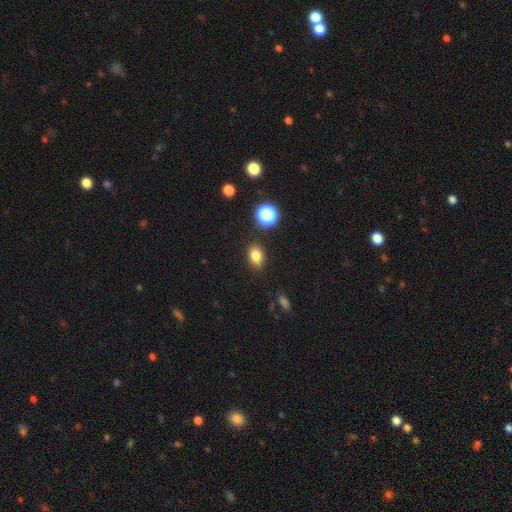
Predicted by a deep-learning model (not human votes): A smooth galaxy with no disk features (80%) that is in between round and cigar-shaped (76%).

Vote fractions:
- Smooth or featured? smooth: 80% / star or artifact: 13% / featured or disk: 7%
- How rounded? in between: 76% / round: 22% / cigar-shaped: 2%
- Merging? none: 85% / minor disturbance: 10% / major disturbance: 3% / merger: 3%